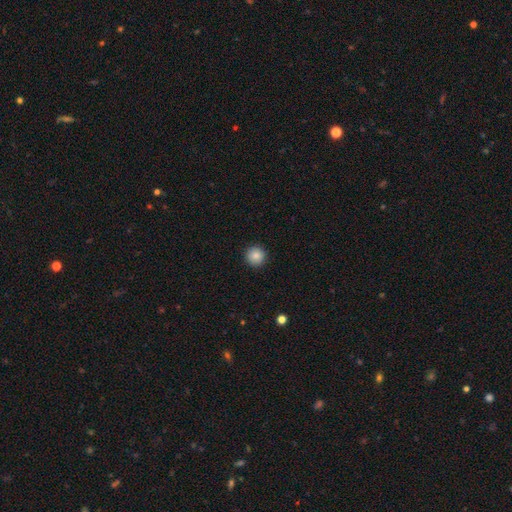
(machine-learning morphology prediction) This appears to be a smooth galaxy with no disk features (86%) that is round (95%). Merging: none (92%).